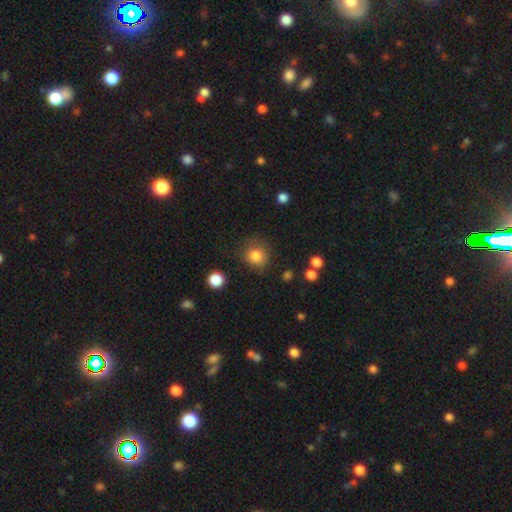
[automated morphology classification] Smooth or featured?
  - smooth: 83% *
  - star or artifact: 11%
  - featured or disk: 6%
How rounded?
  - round: 88% *
  - in between: 11%
  - cigar-shaped: 1%
Merging?
  - none: 79% *
  - minor disturbance: 14%
  - major disturbance: 5%
  - merger: 2%